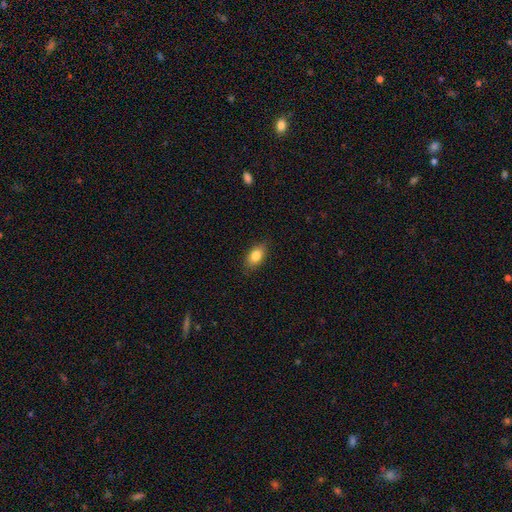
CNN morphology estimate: Smooth or featured? Predicted: smooth (p=0.84). How rounded? Predicted: in between (p=0.88). Merging? Predicted: none (p=0.85).